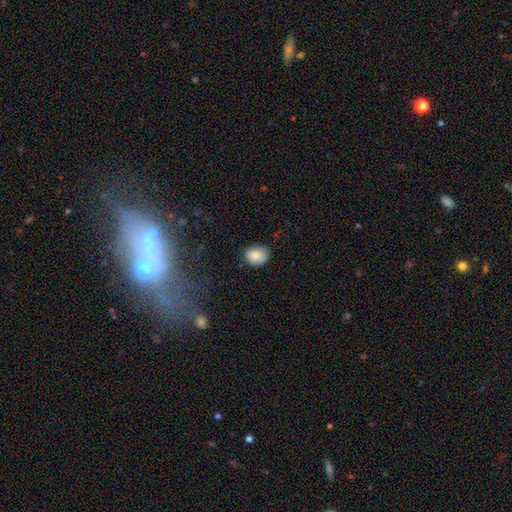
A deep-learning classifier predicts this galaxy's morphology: smooth-or-featured: smooth: 80% | featured or disk: 11% | star or artifact: 9%
  how-rounded: in between: 51% | round: 48% | cigar-shaped: 1%
  merging: none: 72% | minor disturbance: 22% | major disturbance: 4% | merger: 2%